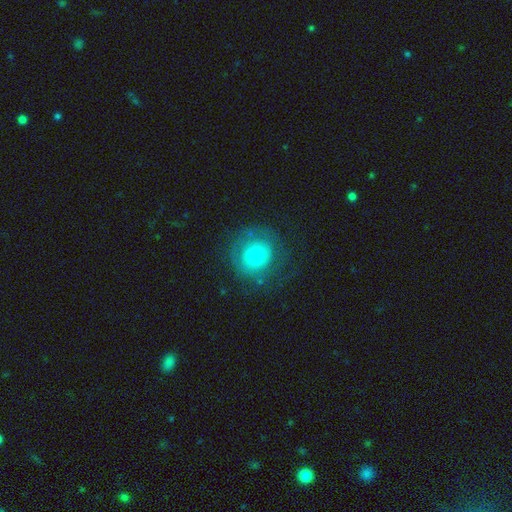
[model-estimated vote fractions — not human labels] Smooth or featured? smooth (62%)
How rounded? round (89%)
Merging? none (65%)